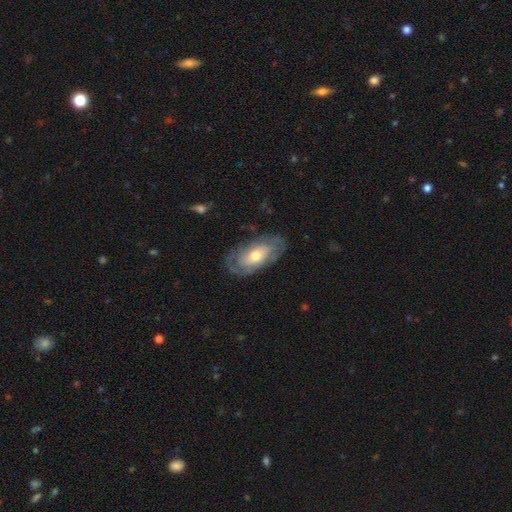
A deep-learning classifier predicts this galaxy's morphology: This is likely a featured or disk galaxy (62%). It is clearly not viewed edge-on (89%). Bar: likely no (74%). Spiral arm pattern: likely yes (70%). Central bulge: likely moderate (65%). Merging: likely none (74%).